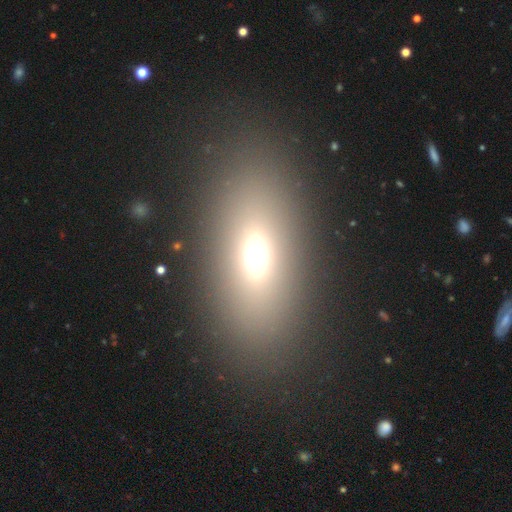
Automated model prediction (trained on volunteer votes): Smooth or featured? Predicted: smooth (p=0.62). How rounded? Predicted: in between (p=0.82). Merging? Predicted: none (p=0.84).